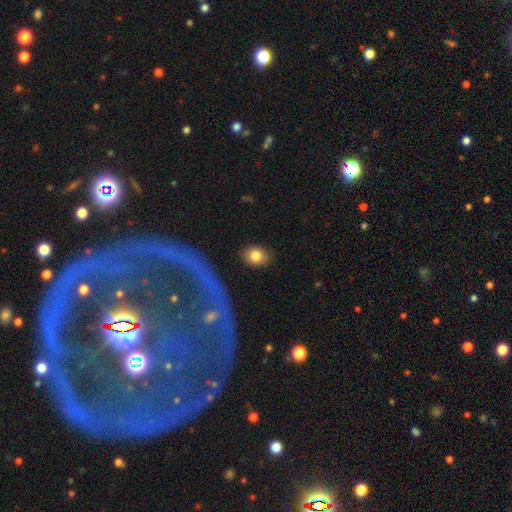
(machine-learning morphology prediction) Smooth or featured? Predicted: smooth (p=0.82). How rounded? Predicted: in between (p=0.50). Merging? Predicted: none (p=0.87).